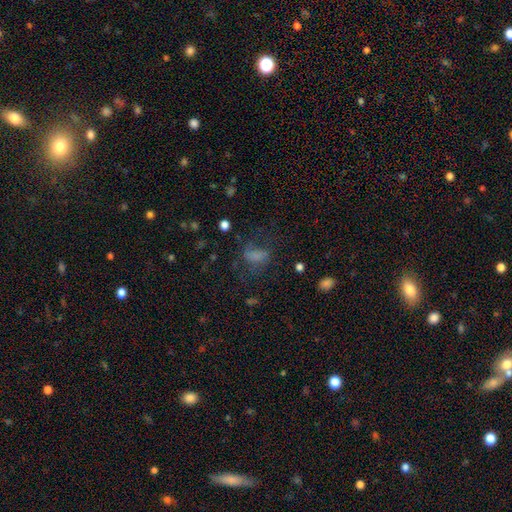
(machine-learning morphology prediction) smooth 64%, featured or disk 19%, star or artifact 17%. Down the decision tree: how rounded — in between (77%); merging — none (43%).